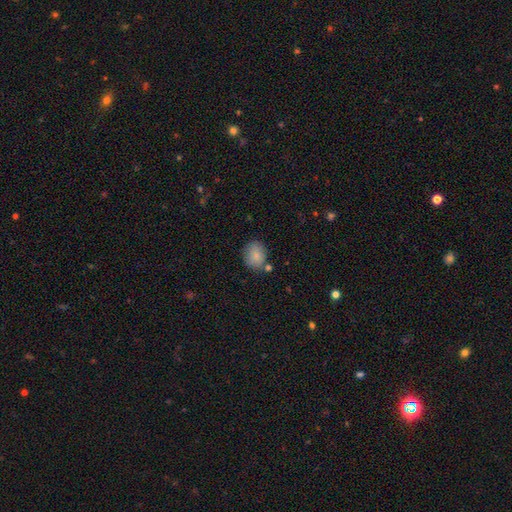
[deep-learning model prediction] Smooth or featured?
  - smooth: 85% *
  - star or artifact: 8%
  - featured or disk: 7%
How rounded?
  - round: 57% *
  - in between: 42%
  - cigar-shaped: 1%
Merging?
  - none: 71% *
  - minor disturbance: 16%
  - merger: 9%
  - major disturbance: 4%